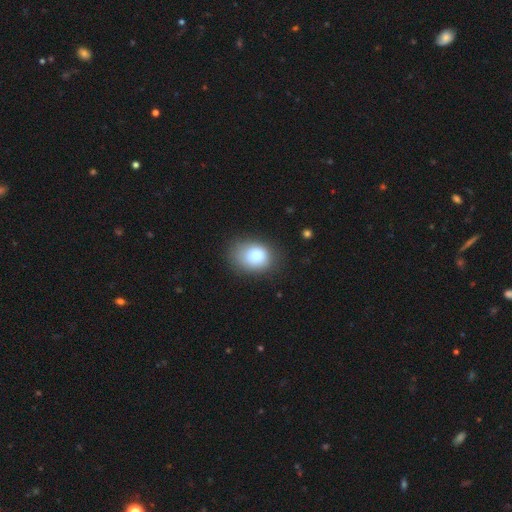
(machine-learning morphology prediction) smooth_or_featured: smooth (p=0.82) [alt: star or artifact p=0.10]
how_rounded: in between (p=0.58) [alt: round p=0.41]
merging: none (p=0.75) [alt: minor disturbance p=0.18]